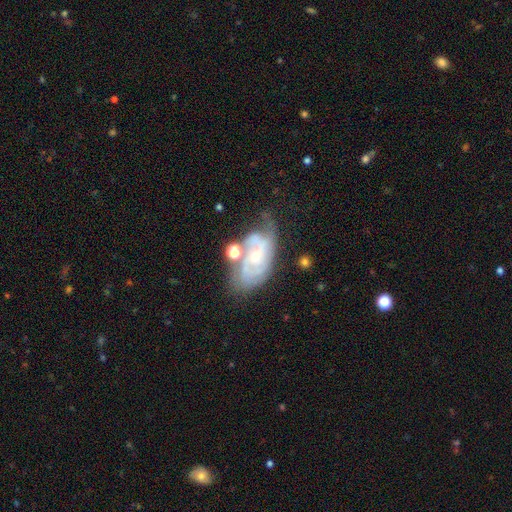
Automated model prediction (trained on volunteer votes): Smooth or featured? Predicted: featured or disk (p=0.78). Edge-on disk? Predicted: no (p=0.95). Bar? Predicted: no (p=0.66). Spiral arms? Predicted: yes (p=0.87). Spiral winding? Predicted: tight (p=0.51). Spiral arm count? Predicted: 2 (p=0.43). Bulge size? Predicted: small (p=0.58). Merging? Predicted: none (p=0.45).